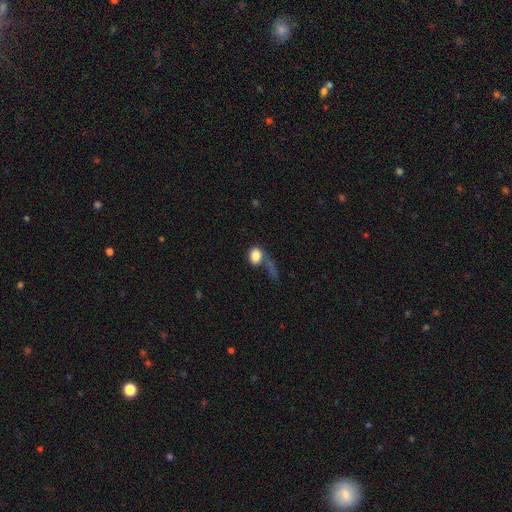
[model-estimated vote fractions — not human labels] Overall: smooth (79%). How rounded: in between (55%; round 42%). Merging: none (35%; major disturbance 33%).